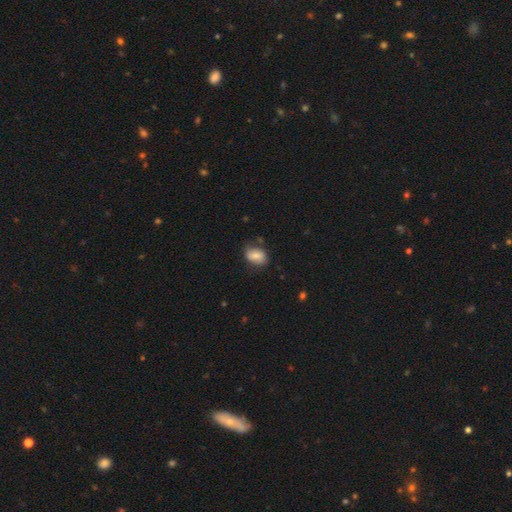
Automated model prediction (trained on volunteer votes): Smooth or featured? smooth (74%)
How rounded? in between (78%)
Merging? none (69%)